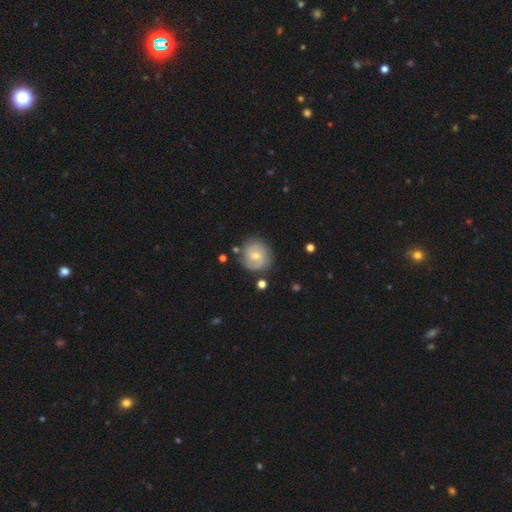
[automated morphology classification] A featured or disk galaxy (62%) with no bar (55%), 2 (66%) tight (44%) spiral arms (88%) and a moderate central bulge (49%).

Vote fractions:
- Smooth or featured? featured or disk: 62% / smooth: 31% / star or artifact: 7%
- Edge-on disk? no: 98% / yes: 2%
- Bar? no: 55% / weak: 40% / strong: 6%
- Spiral arms? yes: 88% / no: 12%
- Spiral winding? tight: 44% / medium: 39% / loose: 17%
- Spiral arm count? 2: 66% / can't tell: 18% / 1: 7% / 3: 6% / 4: 2% / more than 4: 2%
- Bulge size? moderate: 49% / small: 46% / large: 2% / none: 2% / dominant: 1%
- Merging? none: 76% / minor disturbance: 16% / major disturbance: 5% / merger: 3%